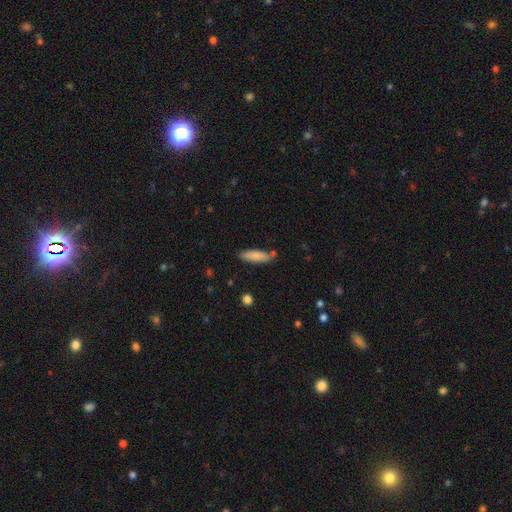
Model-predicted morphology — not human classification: Smooth or featured? smooth (81%)
How rounded? cigar-shaped (56%)
Merging? none (73%)